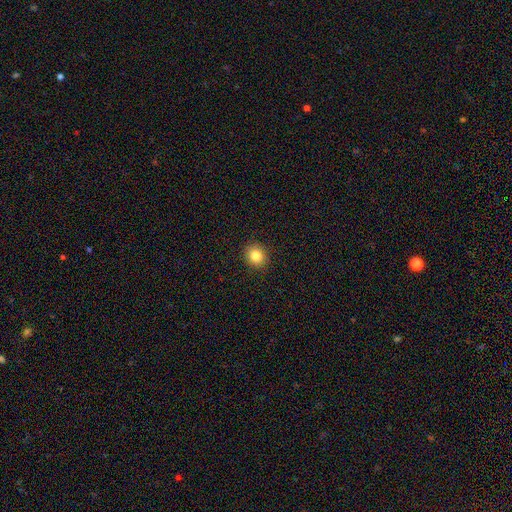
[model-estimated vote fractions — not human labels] The model was most divided on "how rounded": round: 83%, in between: 16%, cigar-shaped: 1%. More confident: merging — none (91%); smooth or featured — smooth (84%).